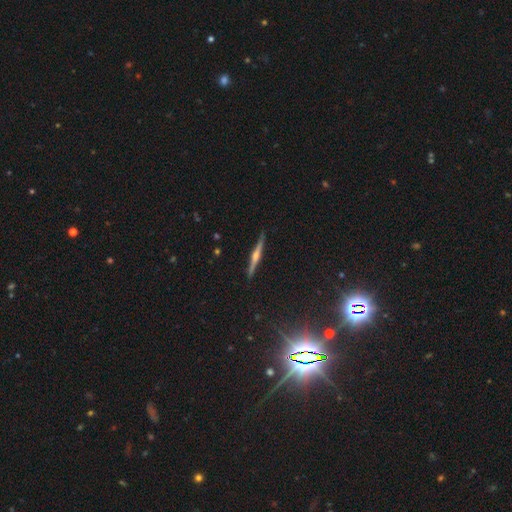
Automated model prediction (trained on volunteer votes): This is likely a featured or disk galaxy (77%). It is clearly viewed edge-on (98%). Edge-on bulge: clearly rounded (86%). Merging: clearly none (91%).